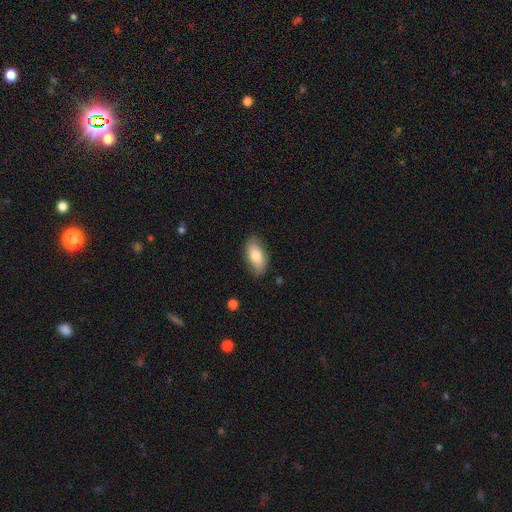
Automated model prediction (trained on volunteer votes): Morphology: type=smooth (73%); roundness=in between (91%); merging=none (82%).